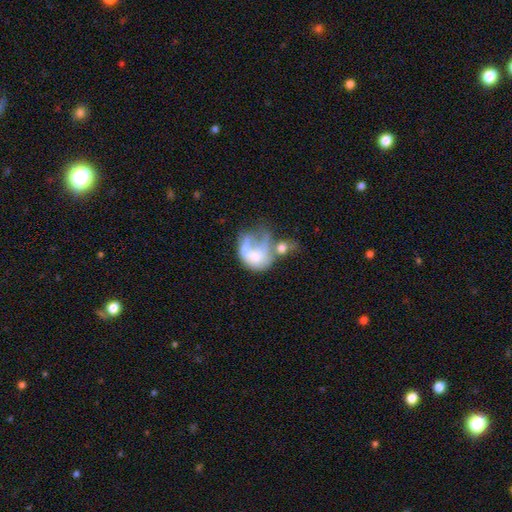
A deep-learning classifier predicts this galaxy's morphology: Overall: featured or disk (48%; smooth 42%). Merging: merger (53%; major disturbance 26%).